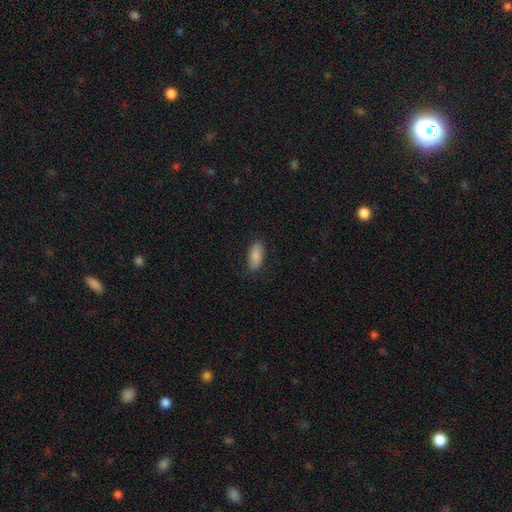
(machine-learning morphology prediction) Q: Smooth or featured?
A: smooth (84%); runner-up: featured or disk (10%)
Q: How rounded?
A: in between (88%); runner-up: cigar-shaped (10%)
Q: Merging?
A: none (82%); runner-up: minor disturbance (14%)